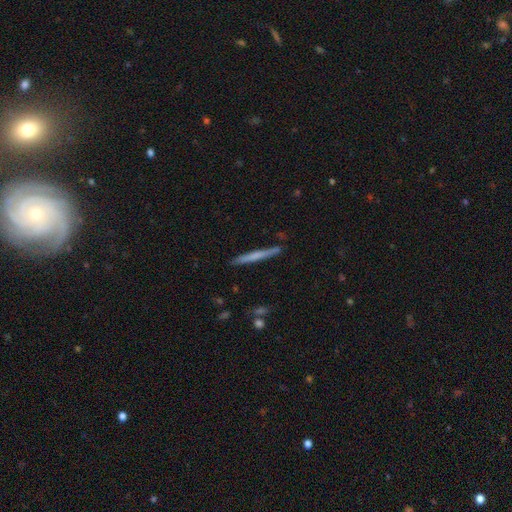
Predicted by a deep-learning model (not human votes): A smooth galaxy with no disk features (51%) that is cigar-shaped (97%). Merging: none (89%).